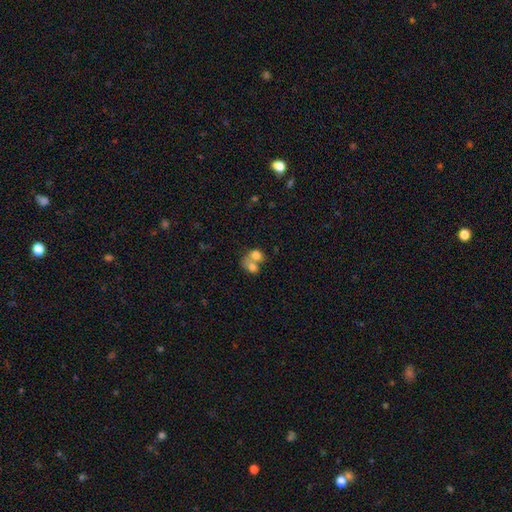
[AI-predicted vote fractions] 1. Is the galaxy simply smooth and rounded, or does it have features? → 73% smooth, 18% featured or disk, 9% star or artifact.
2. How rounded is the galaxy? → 51% in between, 48% round, 1% cigar-shaped.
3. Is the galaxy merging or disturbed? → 72% merger, 18% none, 6% minor disturbance, 4% major disturbance.